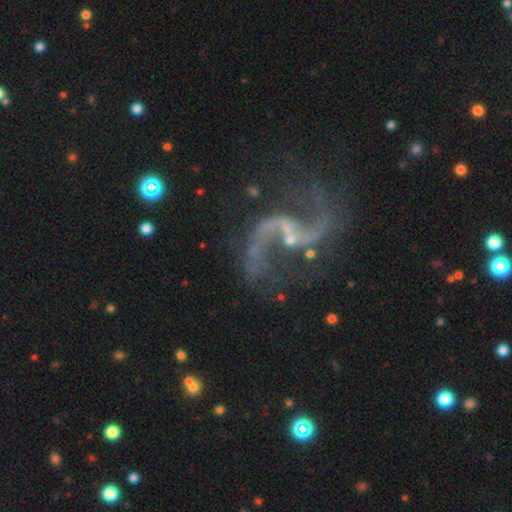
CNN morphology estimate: smooth_or_featured: featured or disk (p=0.91) [alt: star or artifact p=0.06]
disk_edge_on: no (p=0.98) [alt: yes p=0.02]
bar: weak (p=0.42) [alt: no p=0.41]
has_spiral_arms: yes (p=0.97) [alt: no p=0.03]
spiral_winding: loose (p=0.83) [alt: medium p=0.14]
spiral_arm_count: 2 (p=0.93) [alt: 1 p=0.02]
bulge_size: small (p=0.68) [alt: none p=0.21]
merging: none (p=0.61) [alt: minor disturbance p=0.17]